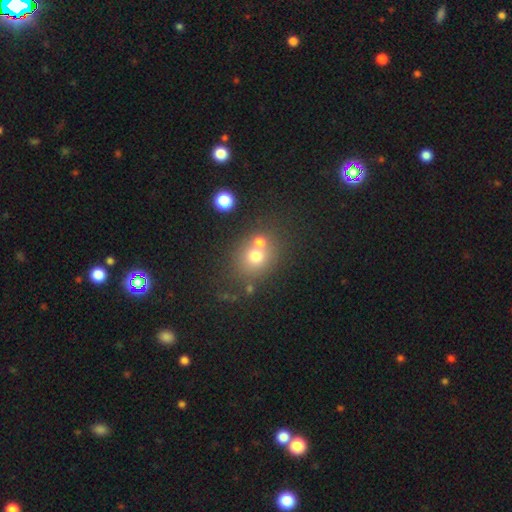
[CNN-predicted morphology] Smooth or featured?
  - smooth: 69% *
  - star or artifact: 16%
  - featured or disk: 16%
How rounded?
  - round: 74% *
  - in between: 25%
  - cigar-shaped: 1%
Merging?
  - none: 50% *
  - merger: 36%
  - minor disturbance: 9%
  - major disturbance: 4%